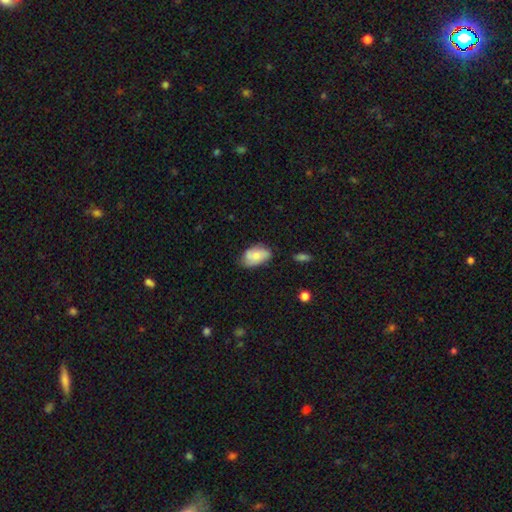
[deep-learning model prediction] Overall: smooth (66%; featured or disk 27%). How rounded: in between (91%). Merging: none (65%; minor disturbance 28%).